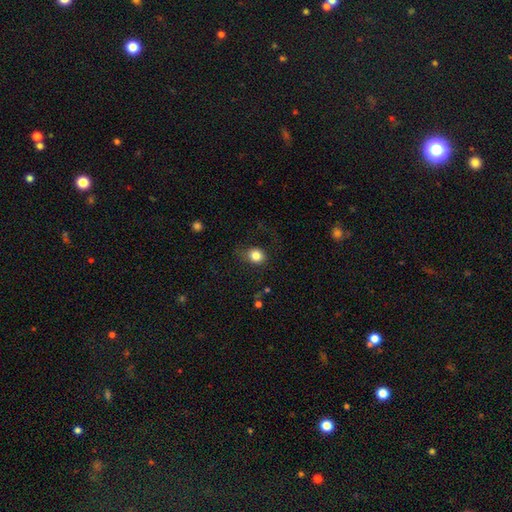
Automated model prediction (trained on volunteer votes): A smooth galaxy with no disk features (83%) that is round (68%). Merging: none (73%).